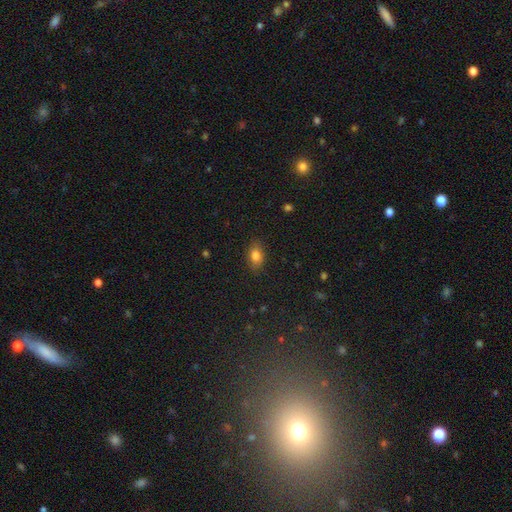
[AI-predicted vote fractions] smooth_or_featured: smooth (p=0.81) [alt: star or artifact p=0.10]
how_rounded: in between (p=0.80) [alt: round p=0.17]
merging: none (p=0.85) [alt: minor disturbance p=0.11]